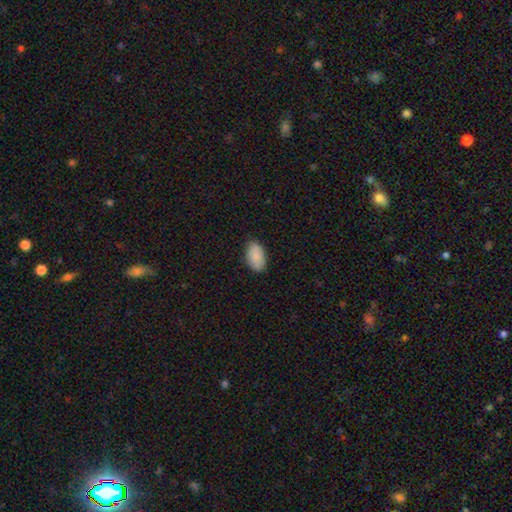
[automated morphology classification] Smooth or featured: smooth — 88% (star or artifact — 6%)
How rounded: in between — 94% (round — 4%)
Merging: none — 84% (minor disturbance — 13%)